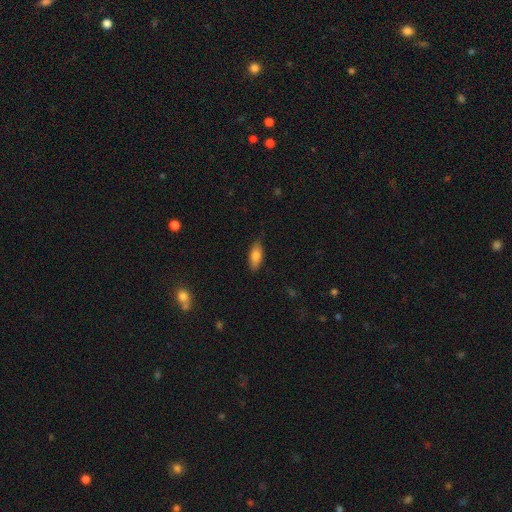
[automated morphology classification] Smooth or featured? smooth (82%)
How rounded? in between (80%)
Merging? none (84%)